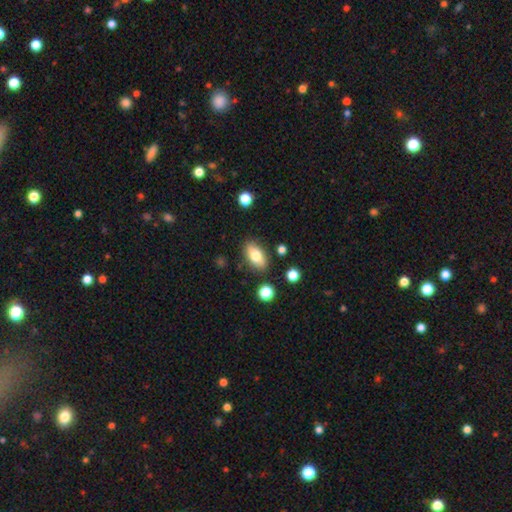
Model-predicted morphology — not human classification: This is likely a smooth galaxy (74%). How rounded: clearly in between (88%). Merging: clearly none (82%).